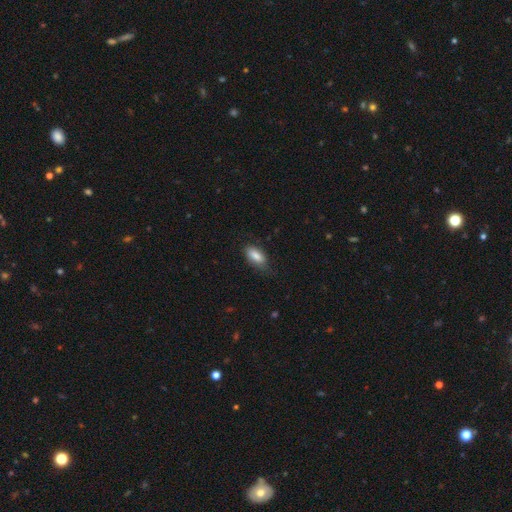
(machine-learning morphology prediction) Smooth or featured?
  - smooth: 82% *
  - featured or disk: 11%
  - star or artifact: 7%
How rounded?
  - in between: 86% *
  - cigar-shaped: 11%
  - round: 3%
Merging?
  - none: 67% *
  - minor disturbance: 26%
  - major disturbance: 7%
  - merger: 1%